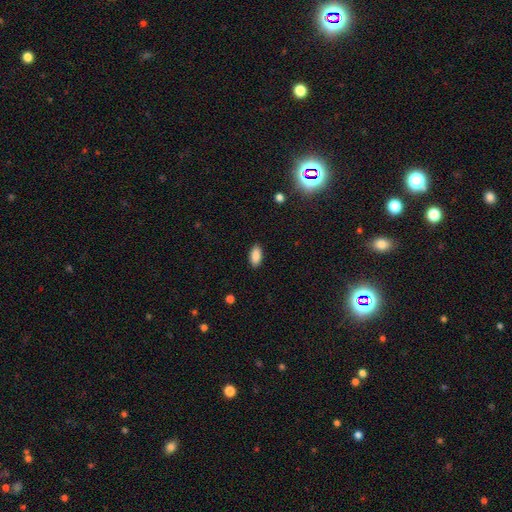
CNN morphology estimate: smooth 89%, star or artifact 8%, featured or disk 4%. Down the decision tree: how rounded — in between (91%); merging — none (88%).